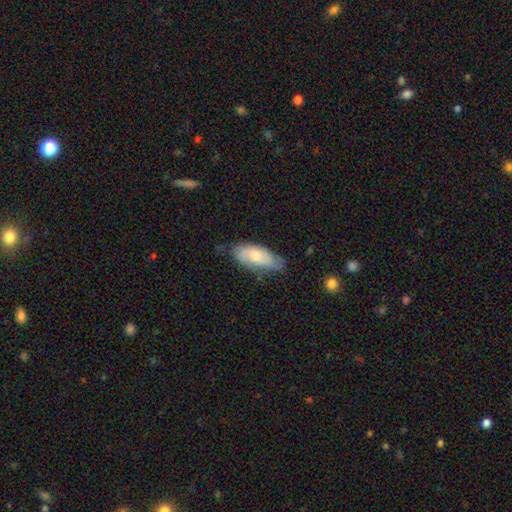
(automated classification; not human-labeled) smooth_or_featured: smooth (p=0.59) [alt: featured or disk p=0.35]
how_rounded: in between (p=0.84) [alt: cigar-shaped p=0.13]
merging: none (p=0.52) [alt: minor disturbance p=0.36]